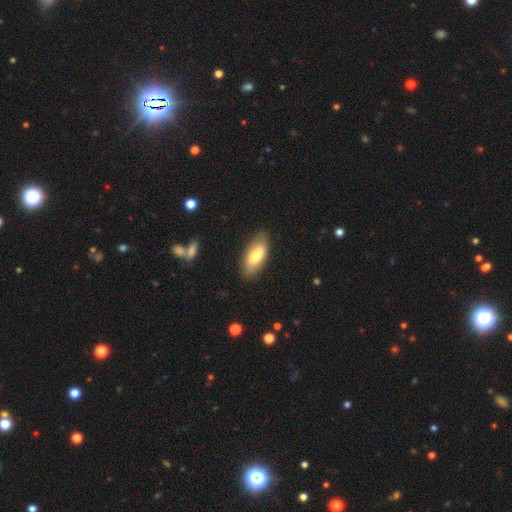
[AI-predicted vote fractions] The model was most divided on "smooth or featured": smooth: 68%, featured or disk: 26%, star or artifact: 6%. More confident: how rounded — in between (87%); merging — none (81%).